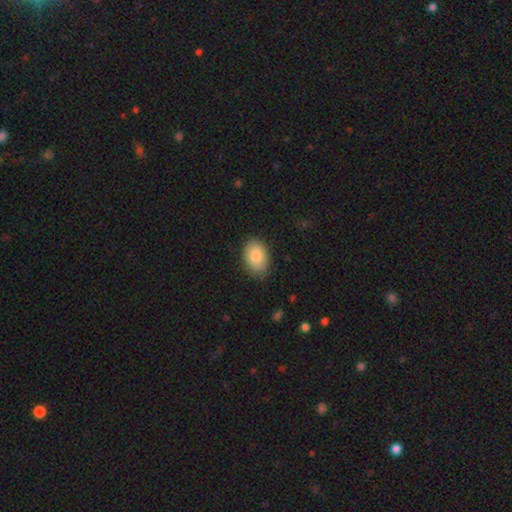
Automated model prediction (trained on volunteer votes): A smooth galaxy with no disk features (85%) that is in between round and cigar-shaped (87%). Merging: none (83%).